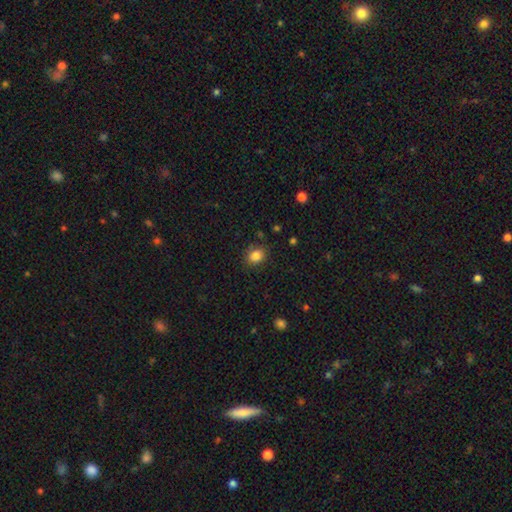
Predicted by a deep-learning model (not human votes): The model was most divided on "how rounded": round: 51%, in between: 48%, cigar-shaped: 1%. More confident: smooth or featured — smooth (84%); merging — none (83%).